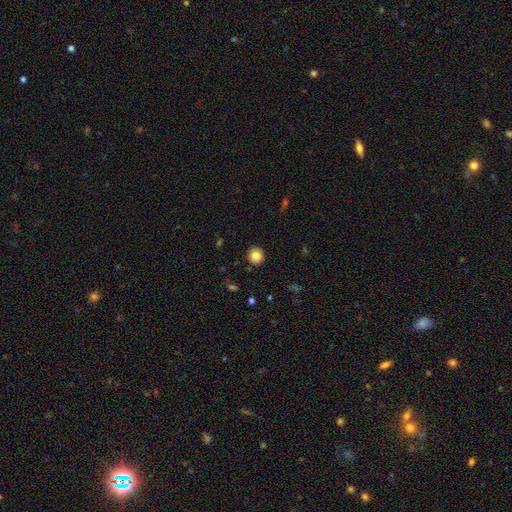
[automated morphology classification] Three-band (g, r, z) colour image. It shows a smooth galaxy with no disk features (83%) that is round (91%). Merging: none (91%).